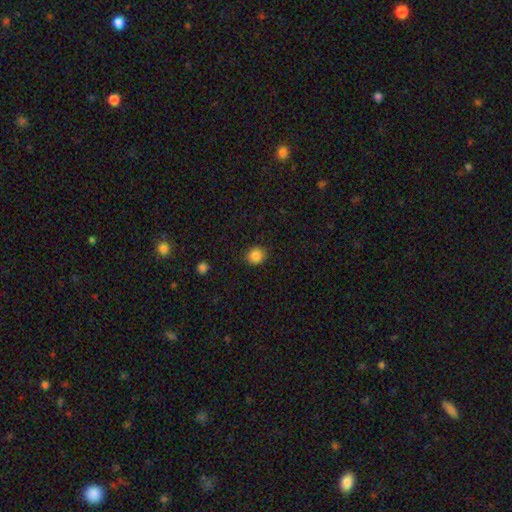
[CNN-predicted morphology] Smooth or featured? Predicted: smooth (p=0.86). How rounded? Predicted: round (p=0.83). Merging? Predicted: none (p=0.89).